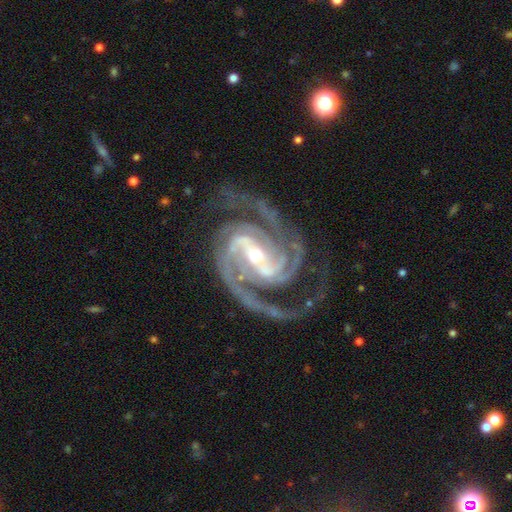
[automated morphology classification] A featured or disk galaxy (94%) with a strong bar (49%), 2 (39%) medium (47%, tied with tight) spiral arms (99%) and a moderate central bulge (57%). Merging: none (71%).